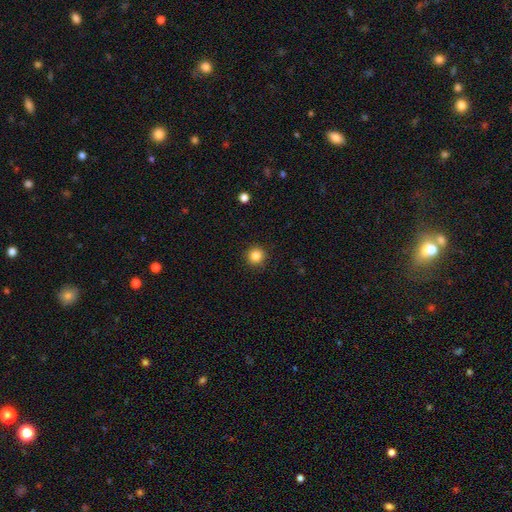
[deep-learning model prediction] smooth 84%, star or artifact 12%, featured or disk 5%. Down the decision tree: how rounded — round (94%); merging — none (91%).